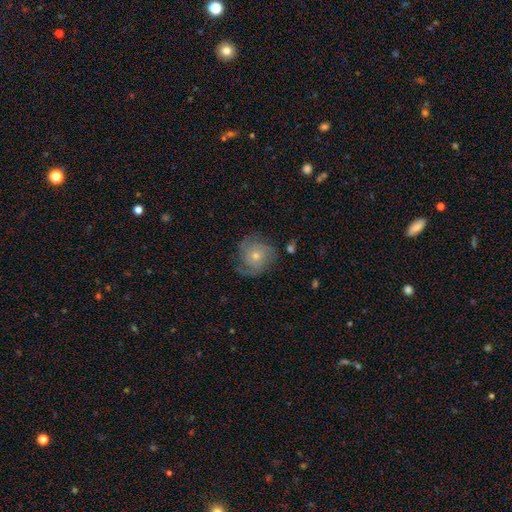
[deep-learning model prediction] Morphology: type=featured or disk (72%); edge-on=no (98%); bar=no (81%); spiral arms=yes (91%); winding=tight (53%); arm count=2 (34%); bulge=moderate (51%); merging=none (68%).